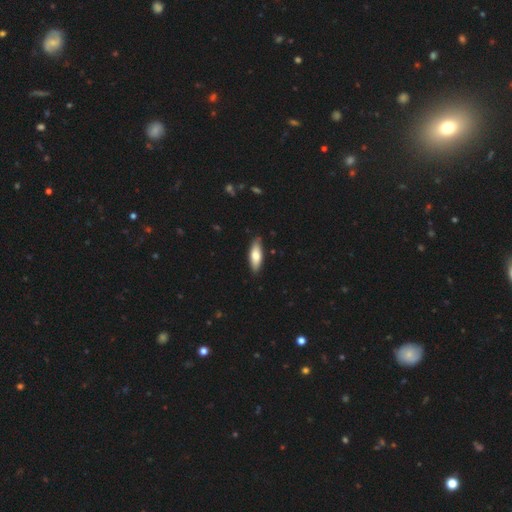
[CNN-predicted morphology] smooth 72%, featured or disk 23%, star or artifact 5%. Down the decision tree: how rounded — in between (58%); merging — none (84%).